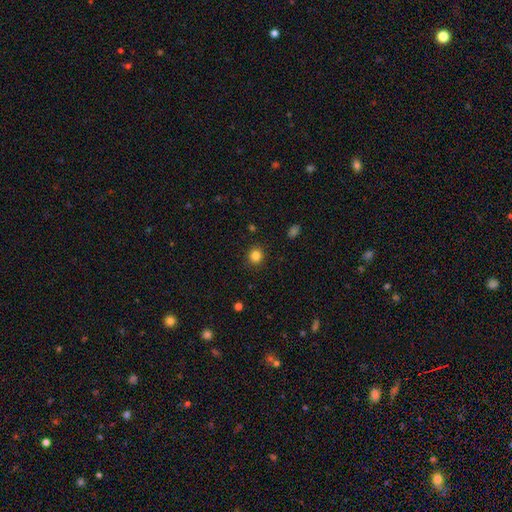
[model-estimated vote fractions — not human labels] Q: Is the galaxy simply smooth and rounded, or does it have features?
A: smooth — 83%.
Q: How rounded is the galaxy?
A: round — 89%.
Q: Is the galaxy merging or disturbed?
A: none — 91%.